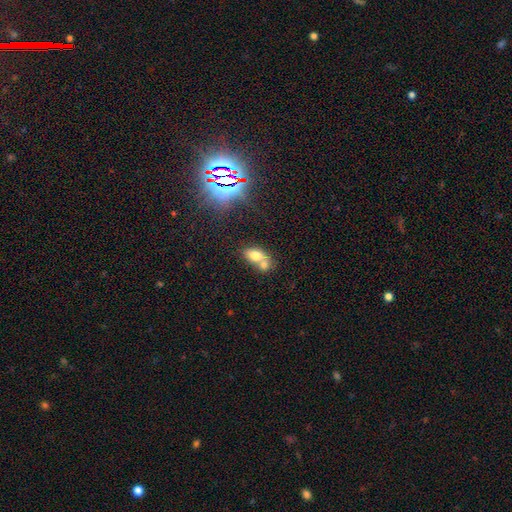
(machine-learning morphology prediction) smooth-or-featured: smooth: 71% | featured or disk: 18% | star or artifact: 12%
  how-rounded: in between: 81% | round: 16% | cigar-shaped: 3%
  merging: merger: 60% | none: 27% | minor disturbance: 9% | major disturbance: 4%